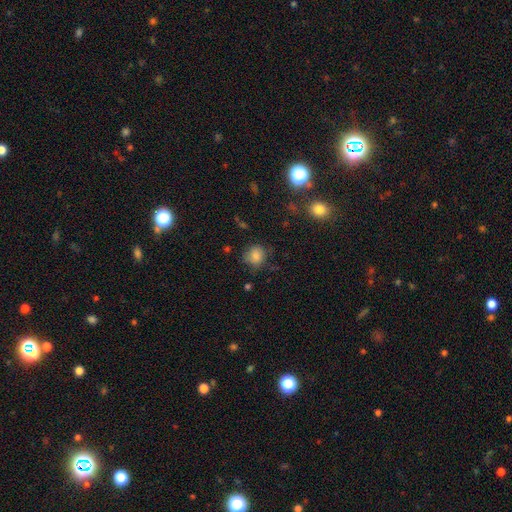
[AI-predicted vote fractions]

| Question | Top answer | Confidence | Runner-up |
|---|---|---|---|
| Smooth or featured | smooth | 80% | star or artifact (12%) |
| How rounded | round | 74% | in between (25%) |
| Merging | none | 69% | minor disturbance (22%) |